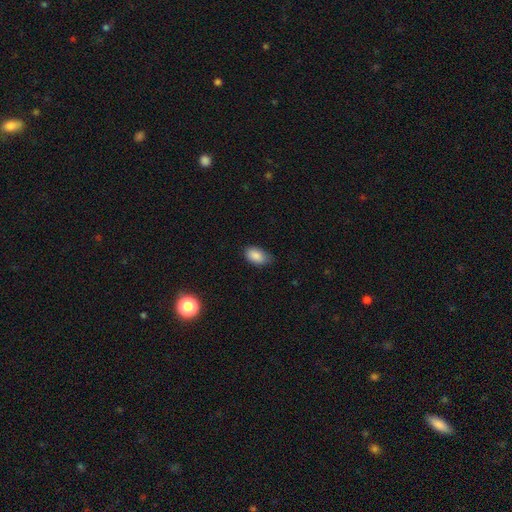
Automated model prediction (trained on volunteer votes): This is clearly a smooth galaxy (87%). How rounded: clearly in between (91%). Merging: likely none (67%).